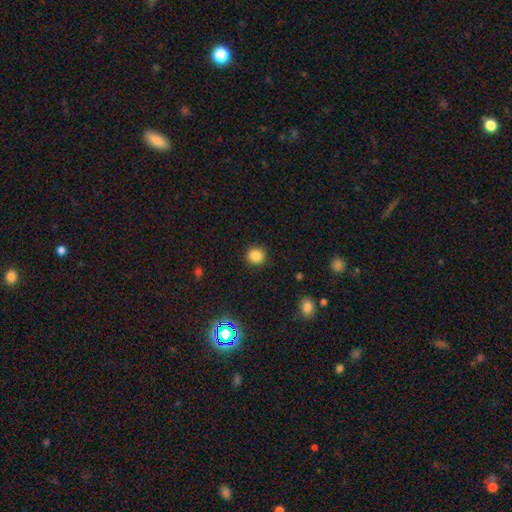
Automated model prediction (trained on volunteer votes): Smooth or featured? Predicted: smooth (p=0.84). How rounded? Predicted: round (p=0.89). Merging? Predicted: none (p=0.90).